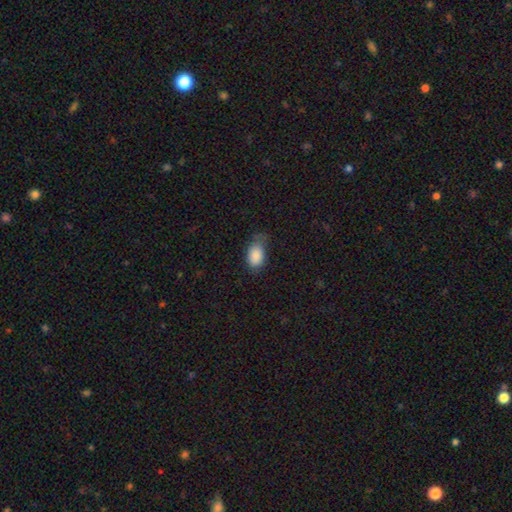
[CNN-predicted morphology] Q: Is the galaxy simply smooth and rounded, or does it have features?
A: smooth — 87%.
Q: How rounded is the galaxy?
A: in between — 90%.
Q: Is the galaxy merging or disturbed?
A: none — 47%.